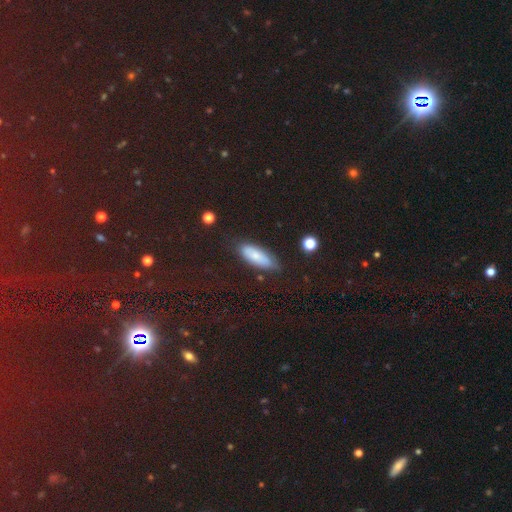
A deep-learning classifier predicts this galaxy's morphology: Q: Smooth or featured?
A: smooth (72%); runner-up: featured or disk (18%)
Q: How rounded?
A: in between (66%); runner-up: cigar-shaped (31%)
Q: Merging?
A: none (76%); runner-up: minor disturbance (17%)